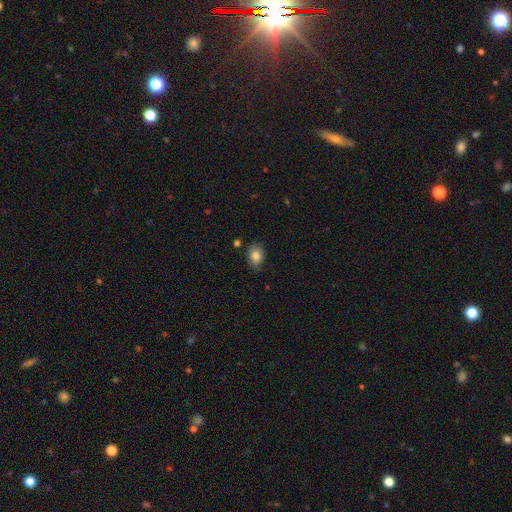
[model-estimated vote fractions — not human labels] The model was most divided on "how rounded": in between: 74%, round: 25%, cigar-shaped: 1%. More confident: smooth or featured — smooth (85%); merging — none (80%).